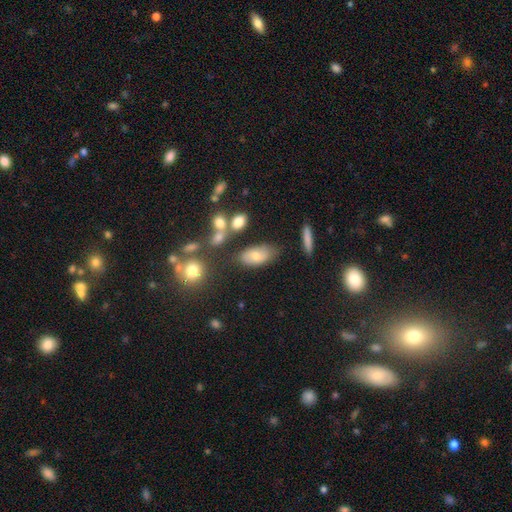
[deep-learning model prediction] A smooth galaxy with no disk features (65%) that is in between round and cigar-shaped (87%). Merging: none (68%).